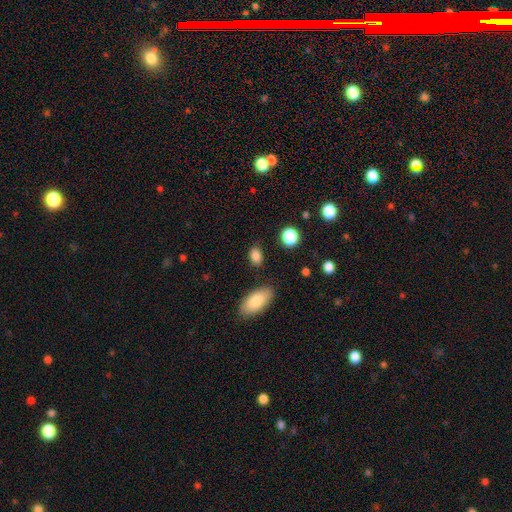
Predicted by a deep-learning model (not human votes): Smooth or featured? smooth (86%)
How rounded? in between (82%)
Merging? none (82%)